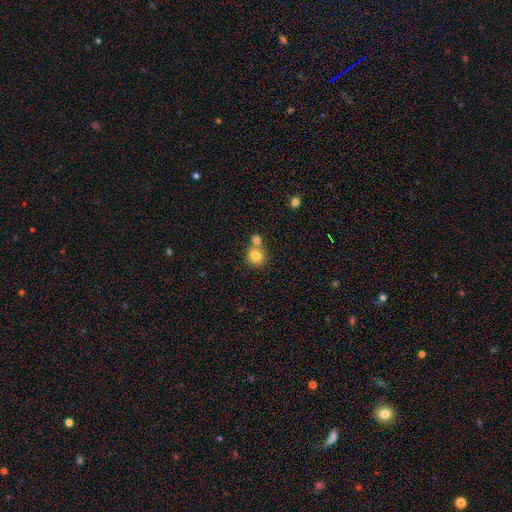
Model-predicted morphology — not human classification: This is clearly a smooth galaxy (81%). How rounded: clearly round (87%). Merging: possibly none (53%).